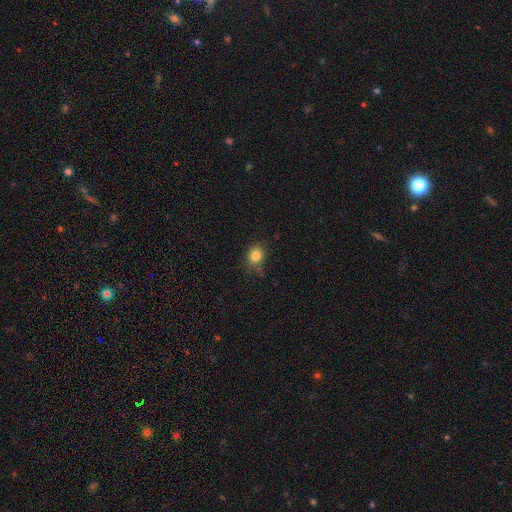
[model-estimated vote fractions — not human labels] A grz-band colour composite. It shows a smooth galaxy with no disk features (82%) that is round (62%). Merging: none (72%).